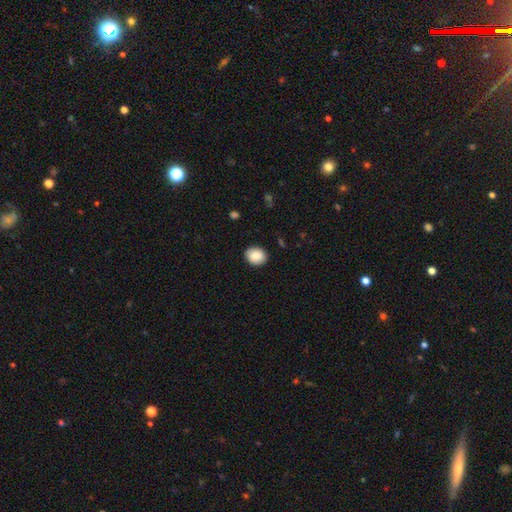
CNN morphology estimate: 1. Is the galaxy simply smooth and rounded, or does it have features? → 88% smooth, 7% star or artifact, 5% featured or disk.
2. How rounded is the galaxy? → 53% round, 46% in between, 1% cigar-shaped.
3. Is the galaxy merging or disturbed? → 89% none, 8% minor disturbance, 2% major disturbance, 1% merger.